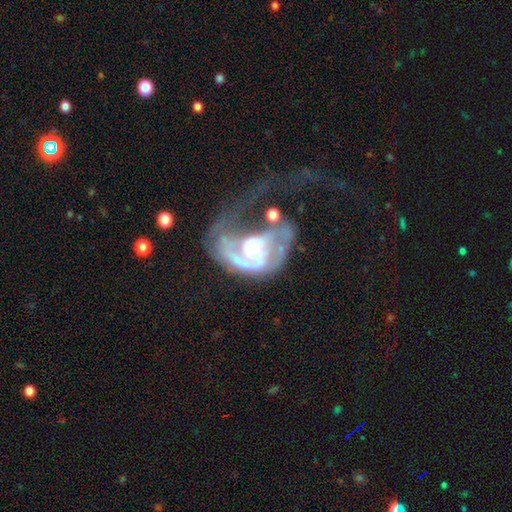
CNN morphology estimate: A featured or disk galaxy (79%) with a weak bar (40%), 1 (41%) loose (43%) spiral arms (79%) and a moderate central bulge (48%). Merging: major disturbance (51%).